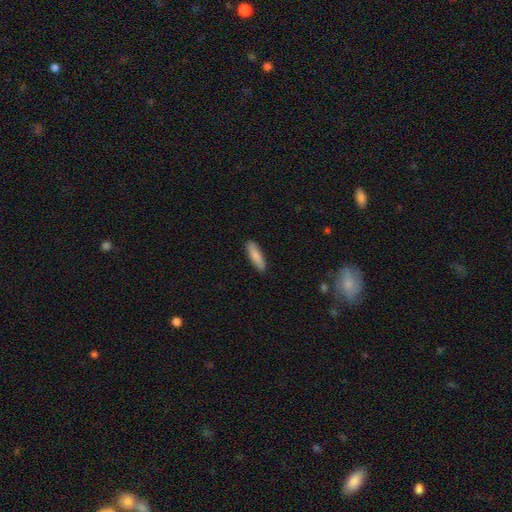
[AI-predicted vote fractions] Smooth or featured: smooth — 83% (featured or disk — 12%)
How rounded: cigar-shaped — 65% (in between — 34%)
Merging: none — 88% (minor disturbance — 10%)